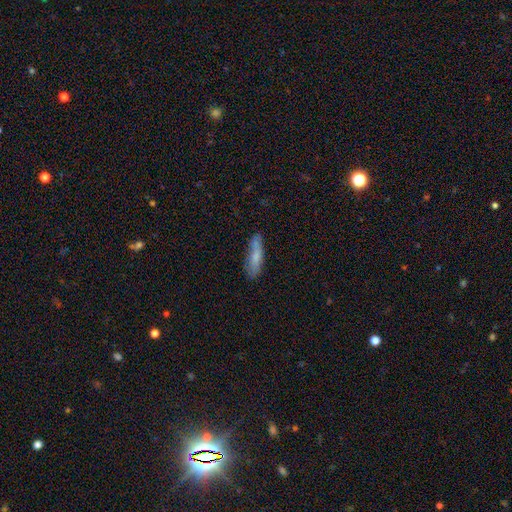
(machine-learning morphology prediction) type=smooth (73%); roundness=cigar-shaped (71%); merging=none (67%).